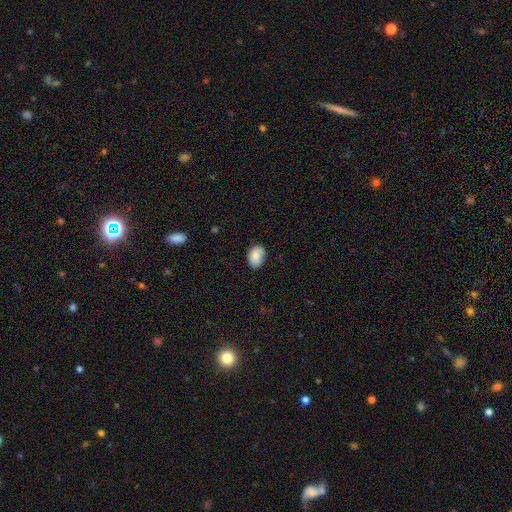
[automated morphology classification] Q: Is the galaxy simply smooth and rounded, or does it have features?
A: smooth — 82%.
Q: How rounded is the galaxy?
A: in between — 82%.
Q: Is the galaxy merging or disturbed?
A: none — 76%.